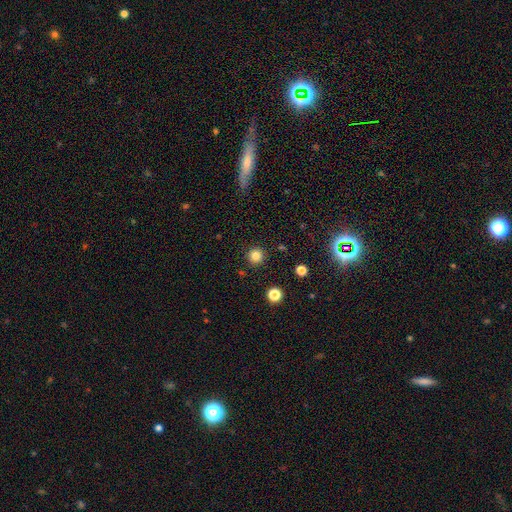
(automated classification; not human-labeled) A smooth galaxy with no disk features (82%) that is round (95%). Merging: none (91%).